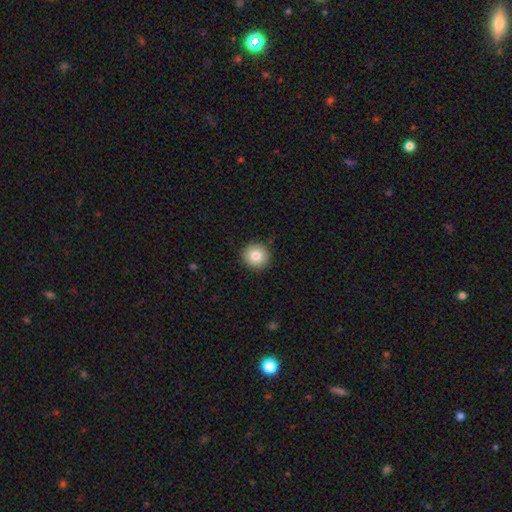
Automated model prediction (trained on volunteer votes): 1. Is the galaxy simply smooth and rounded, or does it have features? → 82% smooth, 9% star or artifact, 9% featured or disk.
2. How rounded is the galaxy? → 92% round, 7% in between, 1% cigar-shaped.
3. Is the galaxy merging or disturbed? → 91% none, 6% minor disturbance, 2% major disturbance, 1% merger.